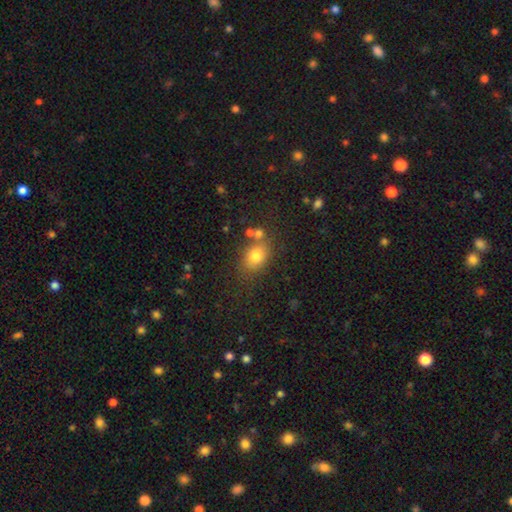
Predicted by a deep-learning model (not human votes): smooth-or-featured: smooth: 79% | star or artifact: 12% | featured or disk: 9%
  how-rounded: in between: 62% | round: 37% | cigar-shaped: 1%
  merging: none: 67% | minor disturbance: 15% | merger: 13% | major disturbance: 6%